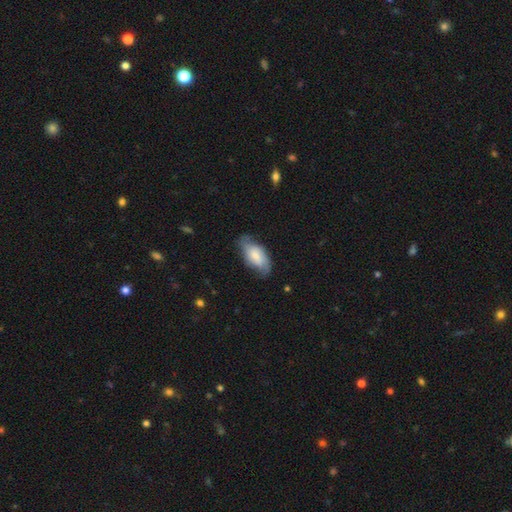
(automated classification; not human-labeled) Morphology: type=smooth (55%); roundness=in between (90%); merging=none (62%).